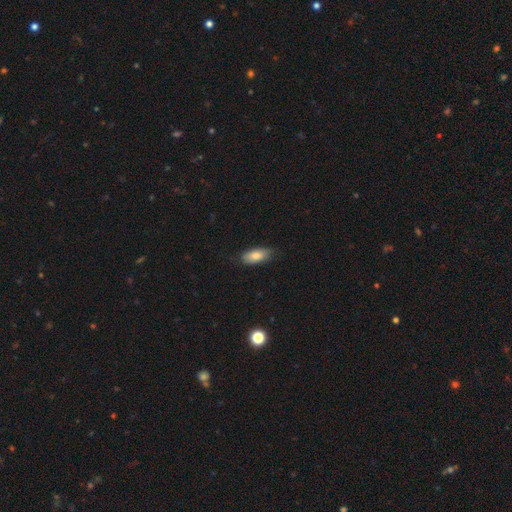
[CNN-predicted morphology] Q: Smooth or featured?
A: smooth (83%); runner-up: featured or disk (10%)
Q: How rounded?
A: in between (87%); runner-up: cigar-shaped (11%)
Q: Merging?
A: none (77%); runner-up: minor disturbance (19%)